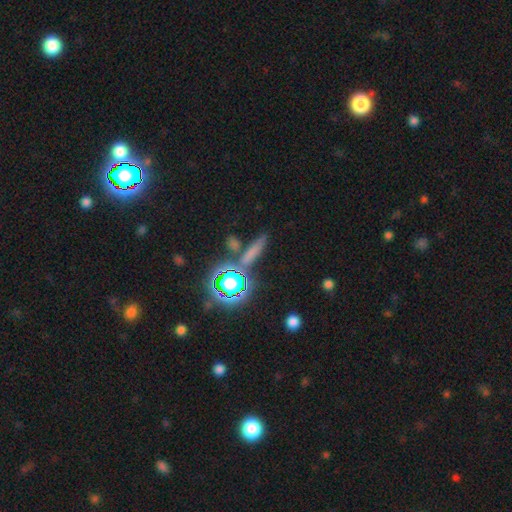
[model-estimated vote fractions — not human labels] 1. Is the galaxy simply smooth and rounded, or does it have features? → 70% star or artifact, 18% smooth, 12% featured or disk.